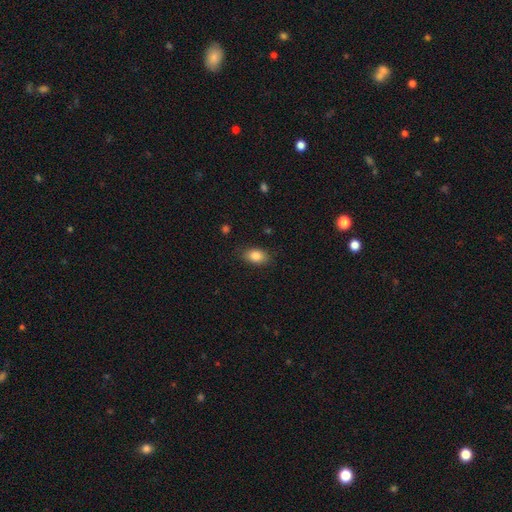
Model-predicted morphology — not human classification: smooth-or-featured: smooth: 85% | star or artifact: 8% | featured or disk: 7%
  how-rounded: in between: 84% | round: 14% | cigar-shaped: 2%
  merging: none: 83% | minor disturbance: 12% | major disturbance: 3% | merger: 1%